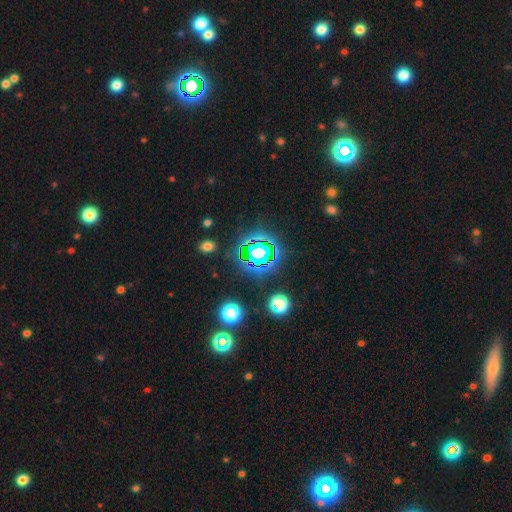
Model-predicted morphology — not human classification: Smooth or featured? star or artifact (70%)